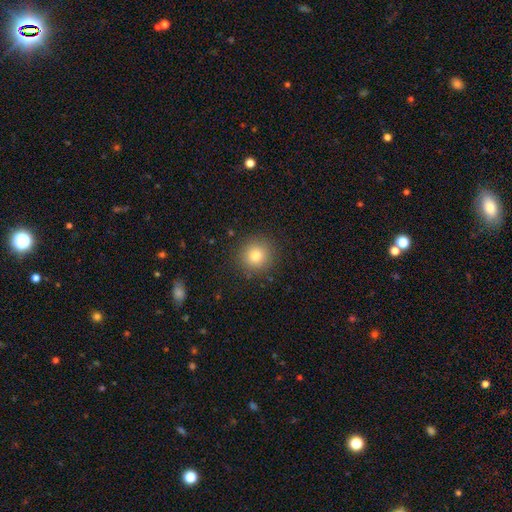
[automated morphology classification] A smooth galaxy with no disk features (79%) that is round (93%). Merging: none (90%).